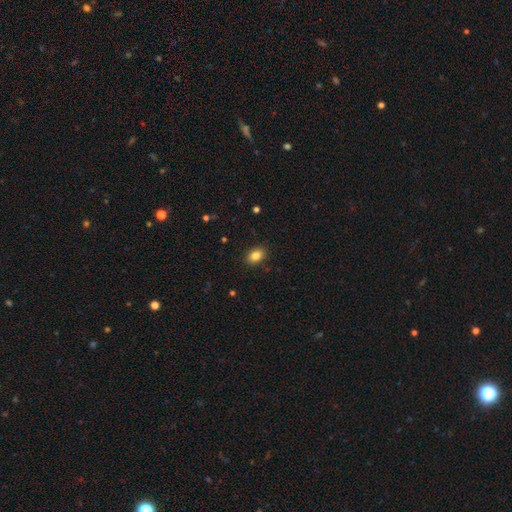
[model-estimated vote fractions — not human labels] smooth_or_featured: smooth (p=0.85) [alt: star or artifact p=0.09]
how_rounded: in between (p=0.80) [alt: round p=0.19]
merging: none (p=0.89) [alt: minor disturbance p=0.08]